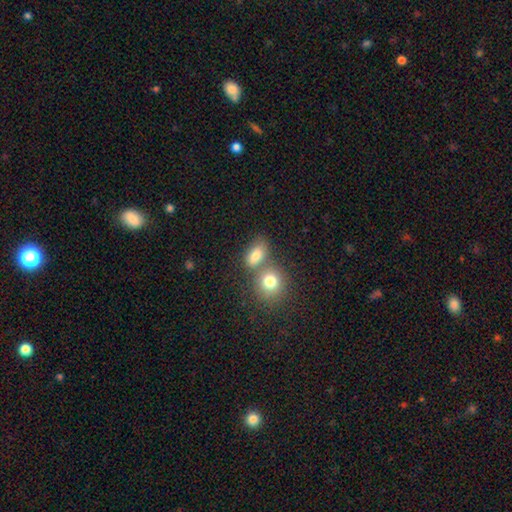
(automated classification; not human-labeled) smooth 79%, star or artifact 11%, featured or disk 10%. Down the decision tree: how rounded — in between (70%); merging — none (45%).